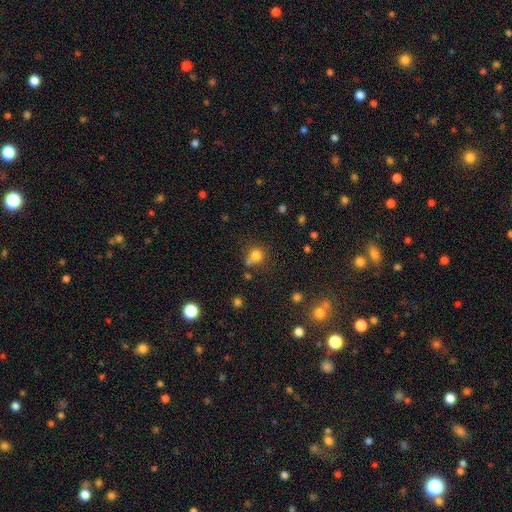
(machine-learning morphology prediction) smooth 78%, star or artifact 15%, featured or disk 7%. Down the decision tree: how rounded — round (85%); merging — none (57%).